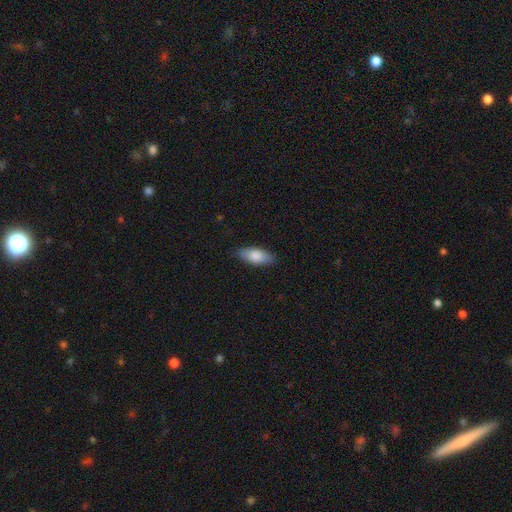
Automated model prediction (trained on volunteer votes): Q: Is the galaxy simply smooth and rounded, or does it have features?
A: smooth — 83%.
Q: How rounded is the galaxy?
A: in between — 83%.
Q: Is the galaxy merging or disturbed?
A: none — 85%.